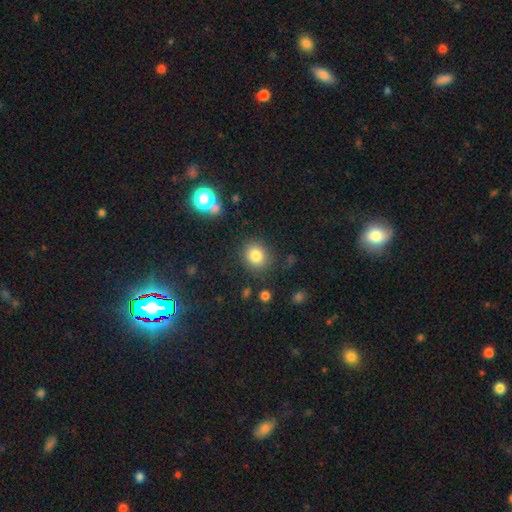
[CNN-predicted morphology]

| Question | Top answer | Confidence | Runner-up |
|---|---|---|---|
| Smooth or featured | smooth | 81% | star or artifact (12%) |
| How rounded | round | 78% | in between (21%) |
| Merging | none | 85% | minor disturbance (9%) |